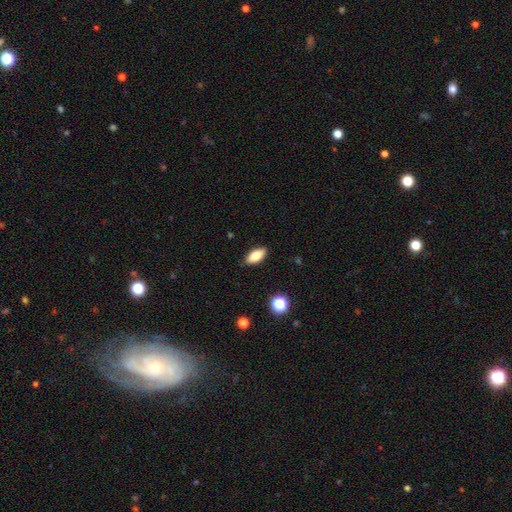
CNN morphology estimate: The model was most divided on "smooth or featured": smooth: 80%, featured or disk: 12%, star or artifact: 8%. More confident: merging — none (87%); how rounded — in between (86%).